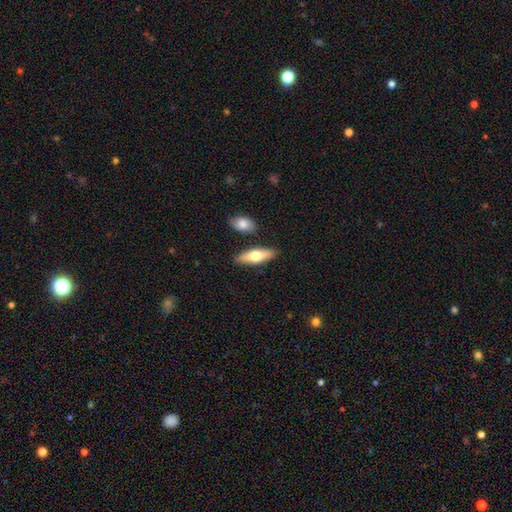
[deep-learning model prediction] This is likely a smooth galaxy (62%). How rounded: possibly in between (57%). Merging: clearly none (82%).